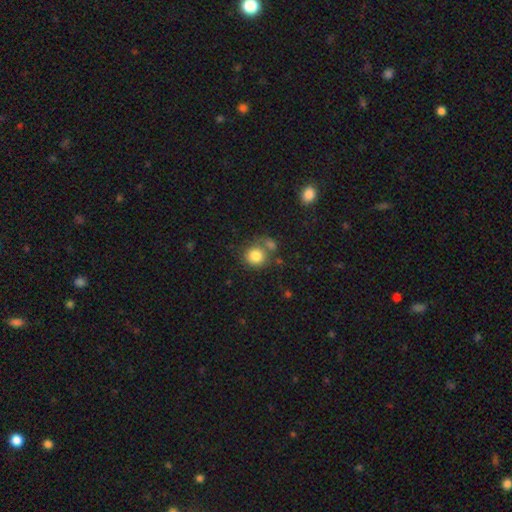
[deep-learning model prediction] smooth-or-featured: smooth: 83% | star or artifact: 10% | featured or disk: 8%
  how-rounded: round: 86% | in between: 13% | cigar-shaped: 1%
  merging: none: 60% | merger: 22% | minor disturbance: 13% | major disturbance: 6%